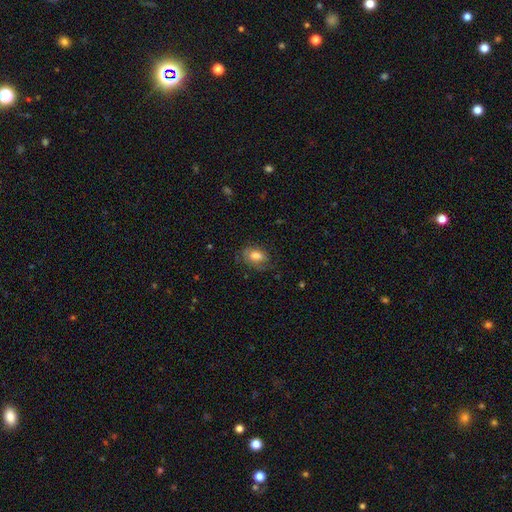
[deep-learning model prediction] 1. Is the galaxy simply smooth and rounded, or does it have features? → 71% smooth, 21% featured or disk, 8% star or artifact.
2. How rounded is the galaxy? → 87% in between, 11% round, 2% cigar-shaped.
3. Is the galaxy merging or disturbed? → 65% none, 24% minor disturbance, 10% major disturbance, 1% merger.